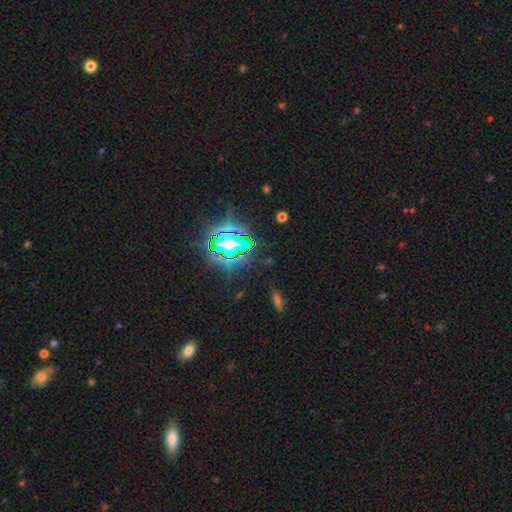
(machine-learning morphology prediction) Smooth or featured? star or artifact (81%)